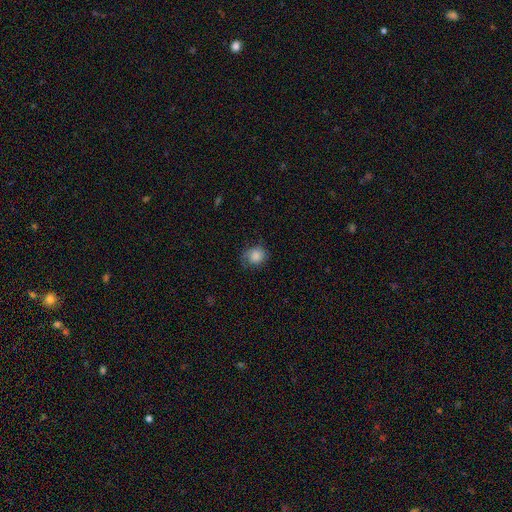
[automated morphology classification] smooth 79%, featured or disk 12%, star or artifact 8%. Down the decision tree: how rounded — round (63%); merging — none (64%).